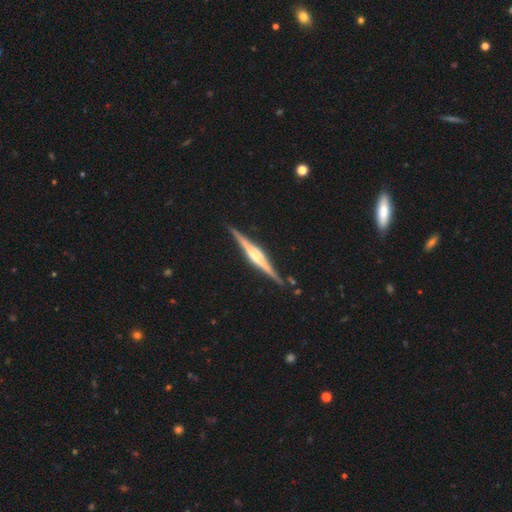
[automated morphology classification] Smooth or featured?
  - featured or disk: 83% *
  - smooth: 12%
  - star or artifact: 5%
Edge-on disk?
  - yes: 98% *
  - no: 2%
Edge-on bulge?
  - rounded: 72% *
  - boxy: 22%
  - none: 6%
Merging?
  - none: 89% *
  - minor disturbance: 8%
  - major disturbance: 2%
  - merger: 2%